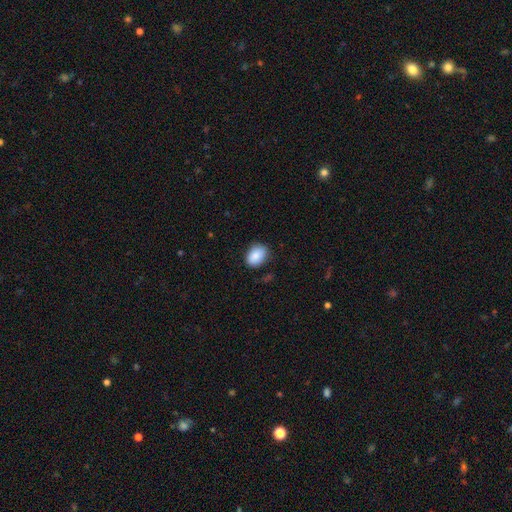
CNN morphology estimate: This appears to be a smooth galaxy with no disk features (88%) that is in between round and cigar-shaped (79%). Merging: none (80%).